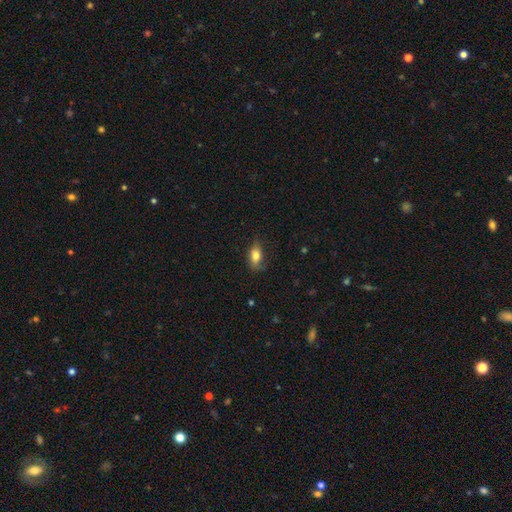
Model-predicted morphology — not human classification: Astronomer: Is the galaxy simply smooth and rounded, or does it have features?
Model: smooth — 76%.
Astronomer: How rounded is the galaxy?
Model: in between — 84%.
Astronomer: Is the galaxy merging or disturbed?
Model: none — 64%.